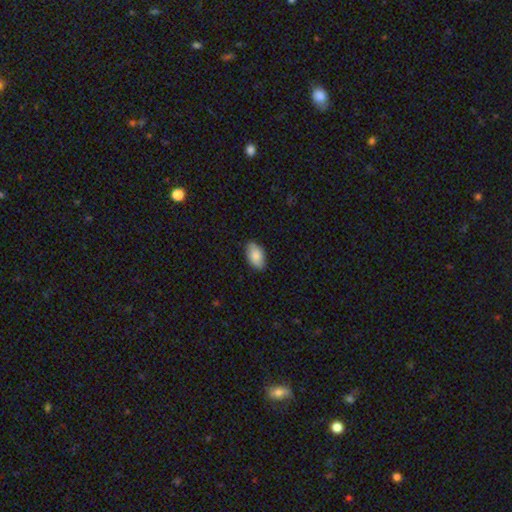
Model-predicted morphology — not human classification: type=smooth (83%); roundness=in between (94%); merging=none (86%).